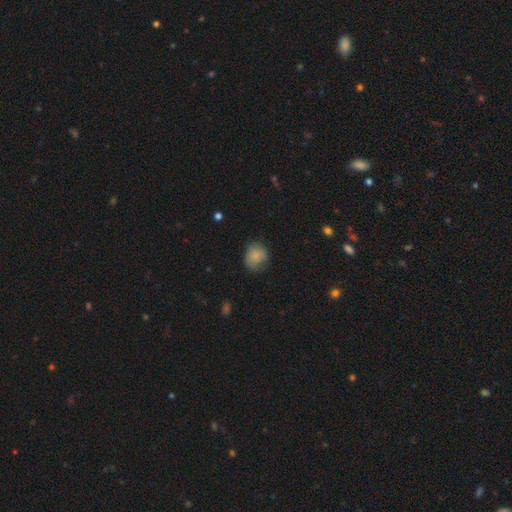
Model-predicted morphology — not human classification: Smooth or featured: smooth — 82% (featured or disk — 9%)
How rounded: round — 68% (in between — 31%)
Merging: none — 62% (minor disturbance — 28%)